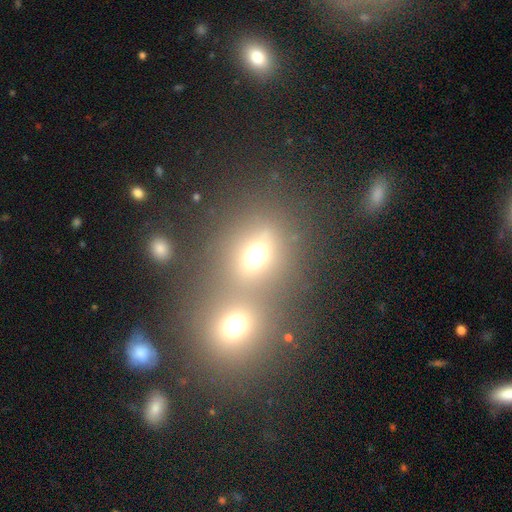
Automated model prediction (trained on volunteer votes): Smooth or featured?
  - smooth: 61% *
  - star or artifact: 21%
  - featured or disk: 17%
How rounded?
  - round: 60% *
  - in between: 37%
  - cigar-shaped: 2%
Merging?
  - merger: 47% *
  - none: 40%
  - minor disturbance: 8%
  - major disturbance: 6%